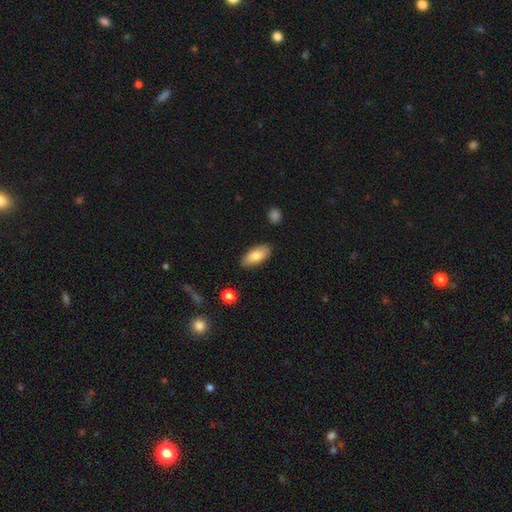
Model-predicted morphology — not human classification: smooth-or-featured: smooth: 82% | featured or disk: 12% | star or artifact: 6%
  how-rounded: in between: 84% | cigar-shaped: 14% | round: 2%
  merging: none: 86% | minor disturbance: 10% | major disturbance: 2% | merger: 2%